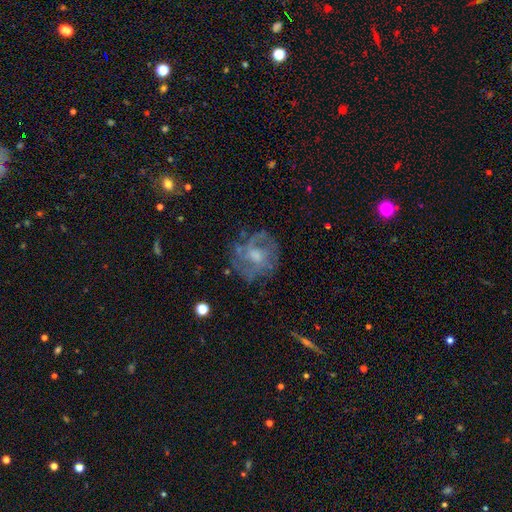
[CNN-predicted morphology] A featured or disk galaxy (64%) with no bar (67%), spiral arms (57%) and a moderate central bulge (52%). Merging: none (64%).